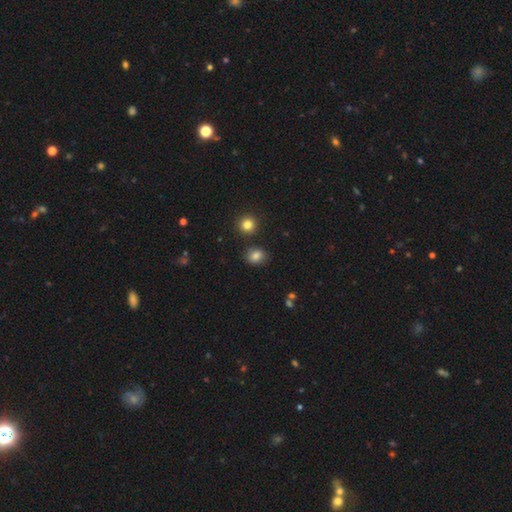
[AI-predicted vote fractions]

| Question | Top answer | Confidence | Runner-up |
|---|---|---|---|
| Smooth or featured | smooth | 82% | star or artifact (11%) |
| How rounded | round | 54% | in between (44%) |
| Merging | none | 83% | minor disturbance (10%) |